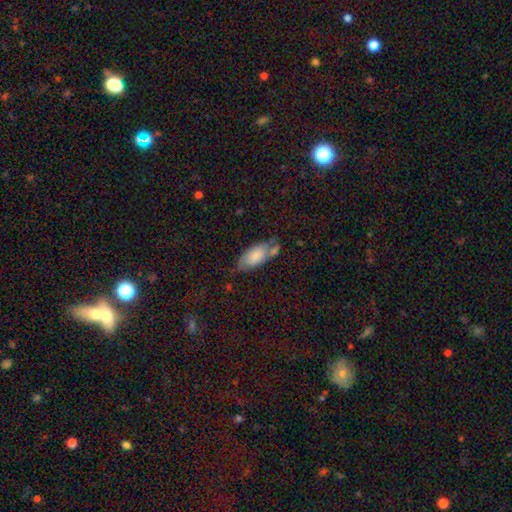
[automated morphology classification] The model was most divided on "merging": none: 48%, minor disturbance: 27%, merger: 16%, major disturbance: 8%. More confident: how rounded — in between (89%); smooth or featured — smooth (78%).